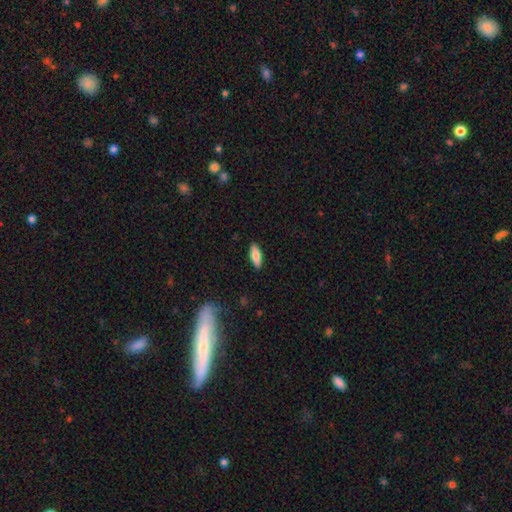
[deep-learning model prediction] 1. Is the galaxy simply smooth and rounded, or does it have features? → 81% smooth, 13% featured or disk, 6% star or artifact.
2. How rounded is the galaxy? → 65% in between, 33% cigar-shaped, 2% round.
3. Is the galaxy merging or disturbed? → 88% none, 9% minor disturbance, 2% major disturbance, 1% merger.